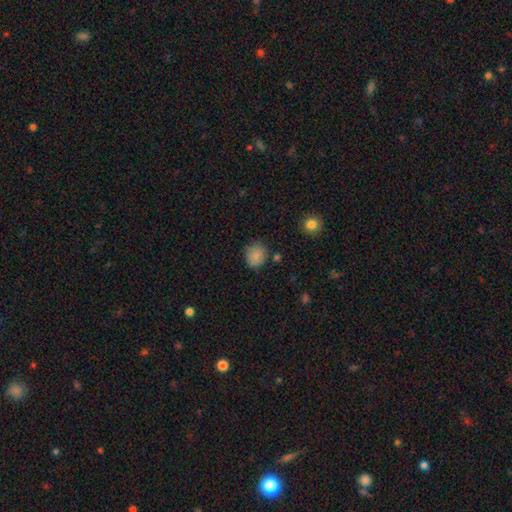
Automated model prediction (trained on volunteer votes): The model was most divided on "how rounded": round: 76%, in between: 23%, cigar-shaped: 1%. More confident: smooth or featured — smooth (85%); merging — none (78%).